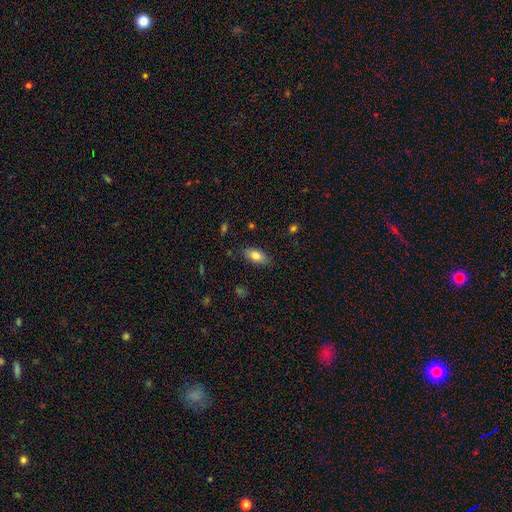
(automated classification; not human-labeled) This appears to be a smooth galaxy with no disk features (79%) that is in between round and cigar-shaped (89%). Merging: none (83%).